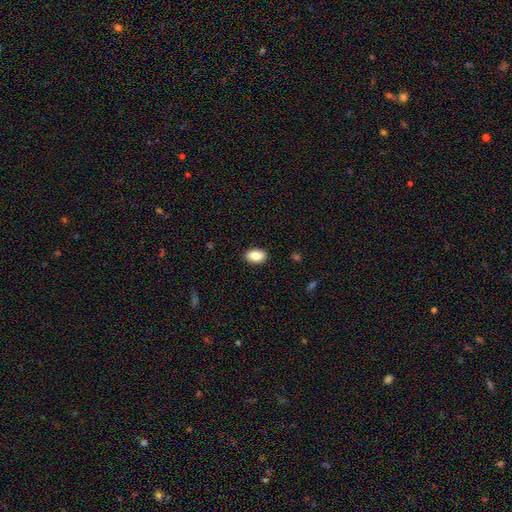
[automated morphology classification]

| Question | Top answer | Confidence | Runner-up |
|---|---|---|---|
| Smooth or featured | smooth | 86% | star or artifact (7%) |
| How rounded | in between | 90% | round (9%) |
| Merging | none | 89% | minor disturbance (8%) |